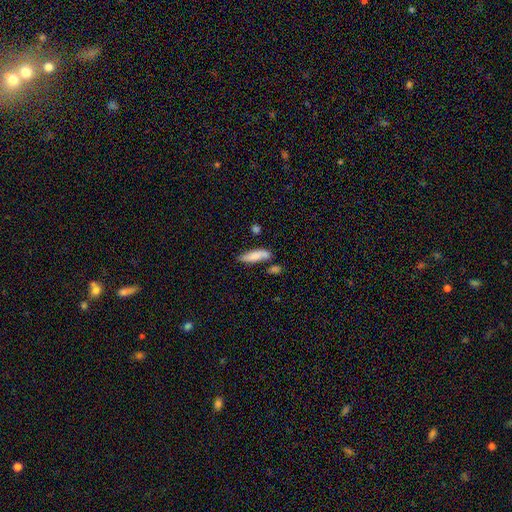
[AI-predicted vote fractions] This appears to be a smooth galaxy with no disk features (76%) that is cigar-shaped (60%). Merging: none (58%).